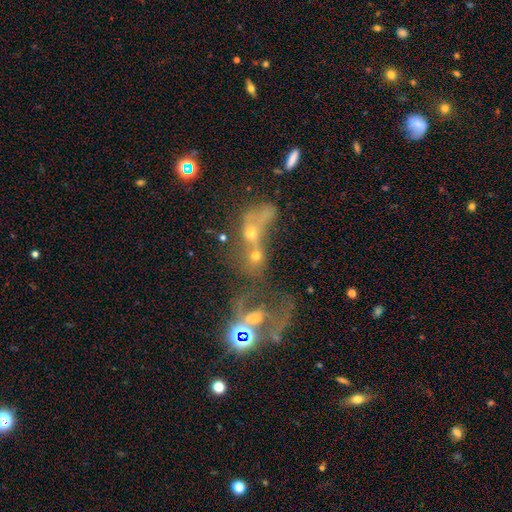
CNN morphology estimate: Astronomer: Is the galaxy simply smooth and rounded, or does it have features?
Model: smooth — 40% (runner-up: featured or disk, 38%).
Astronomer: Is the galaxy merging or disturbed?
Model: merger — 73%.